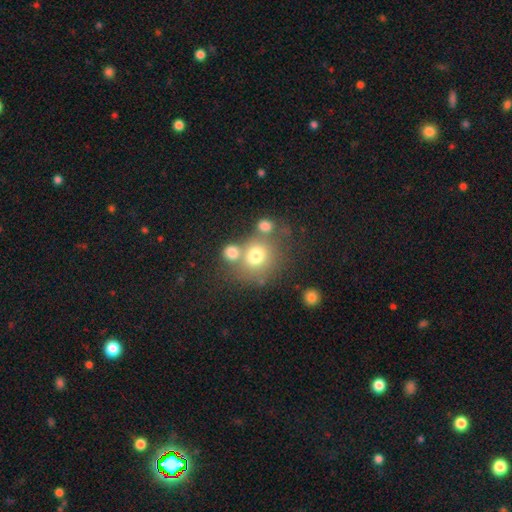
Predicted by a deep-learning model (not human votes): smooth 71%, featured or disk 15%, star or artifact 14%. Down the decision tree: how rounded — round (82%); merging — none (52%).